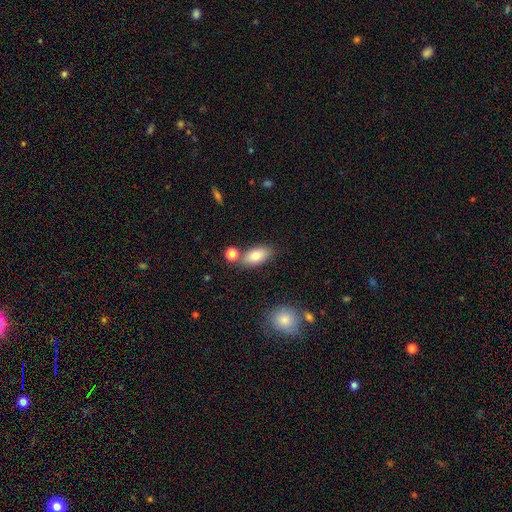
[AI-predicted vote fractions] Smooth or featured?
  - smooth: 81% *
  - featured or disk: 11%
  - star or artifact: 8%
How rounded?
  - in between: 90% *
  - cigar-shaped: 5%
  - round: 5%
Merging?
  - none: 70% *
  - merger: 14%
  - minor disturbance: 13%
  - major disturbance: 3%